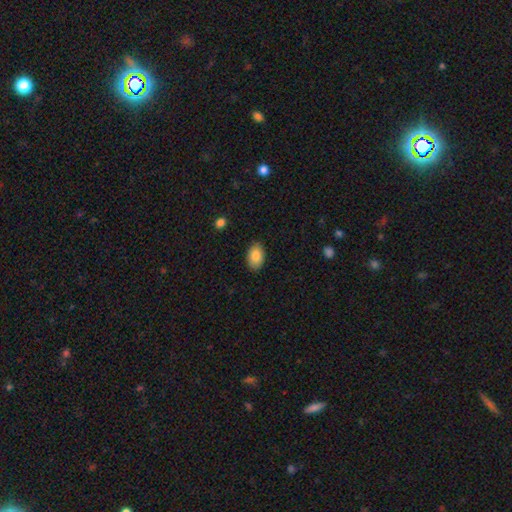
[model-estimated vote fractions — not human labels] The model was most divided on "merging": none: 86%, minor disturbance: 11%, major disturbance: 2%, merger: 1%. More confident: how rounded — in between (89%); smooth or featured — smooth (84%).